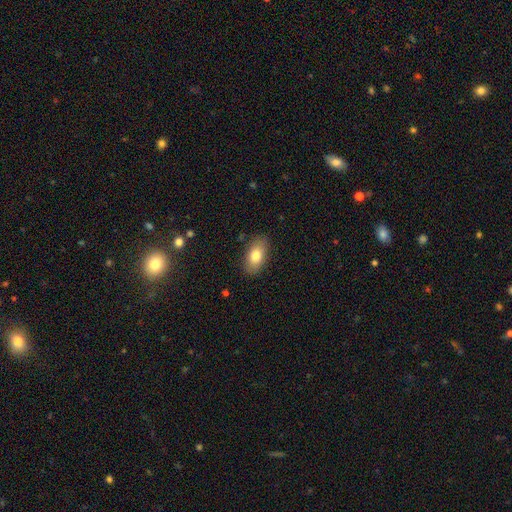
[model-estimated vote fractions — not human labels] This is likely a smooth galaxy (80%). How rounded: clearly in between (91%). Merging: clearly none (85%).